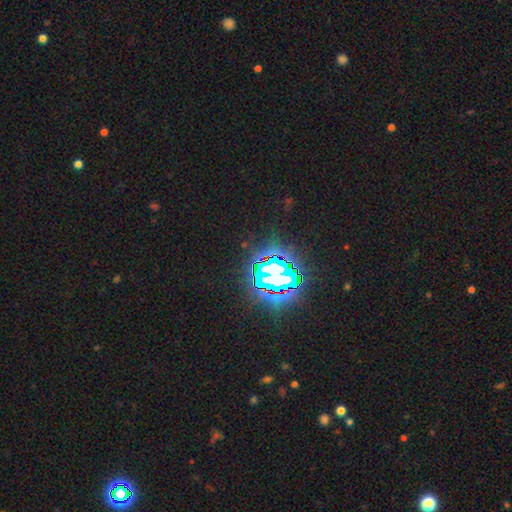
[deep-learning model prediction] Overall: star or artifact (83%).